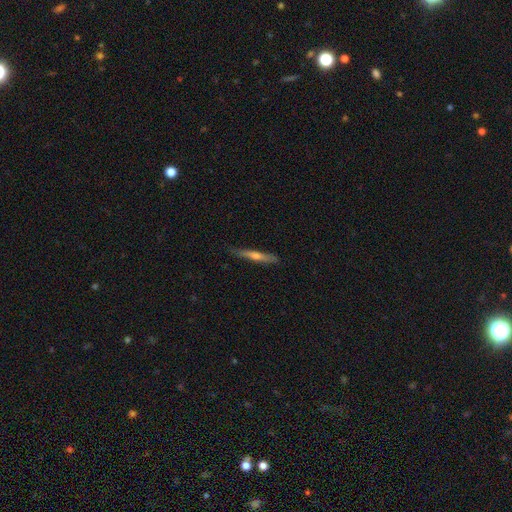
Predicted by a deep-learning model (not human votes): Morphology: type=featured or disk (49%); merging=none (81%).